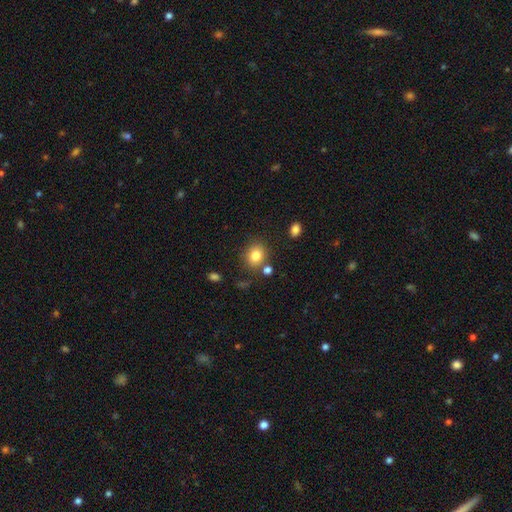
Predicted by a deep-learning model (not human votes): A smooth galaxy with no disk features (81%) that is round (65%). Merging: none (77%).